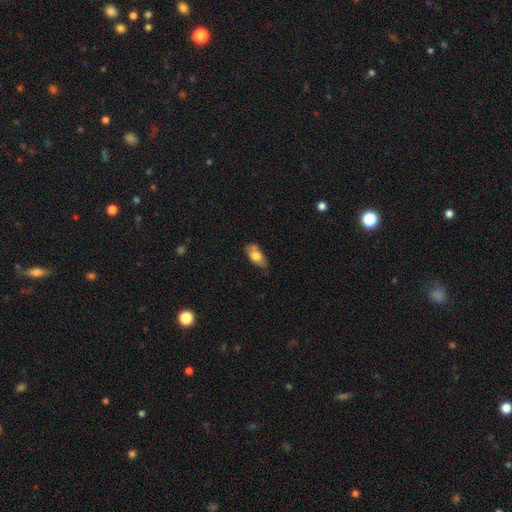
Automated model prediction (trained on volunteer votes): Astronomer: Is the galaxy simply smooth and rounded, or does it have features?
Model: smooth — 69%.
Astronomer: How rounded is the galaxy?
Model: in between — 86%.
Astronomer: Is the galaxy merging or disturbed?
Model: none — 48% (runner-up: minor disturbance, 37%).